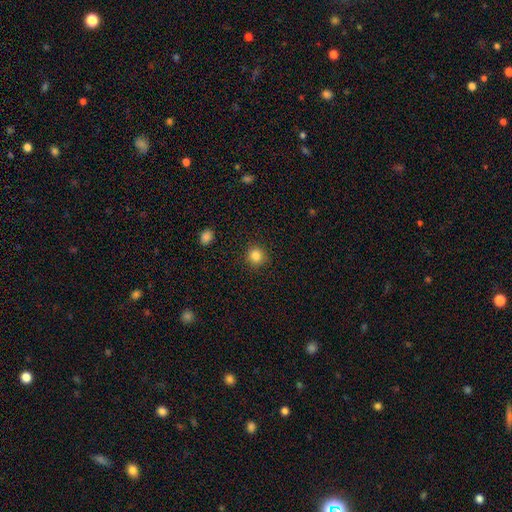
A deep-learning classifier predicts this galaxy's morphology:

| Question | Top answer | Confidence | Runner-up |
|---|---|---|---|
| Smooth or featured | smooth | 84% | star or artifact (11%) |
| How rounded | round | 92% | in between (7%) |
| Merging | none | 90% | minor disturbance (6%) |